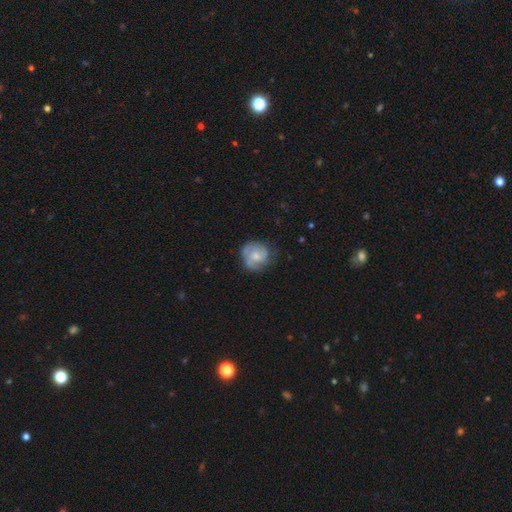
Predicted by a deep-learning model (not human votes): Smooth or featured? featured or disk (63%)
Edge-on disk? no (98%)
Bar? no (70%)
Spiral arms? yes (86%)
Spiral winding? tight (49%)
Spiral arm count? 2 (40%)
Bulge size? moderate (49%)
Merging? none (68%)